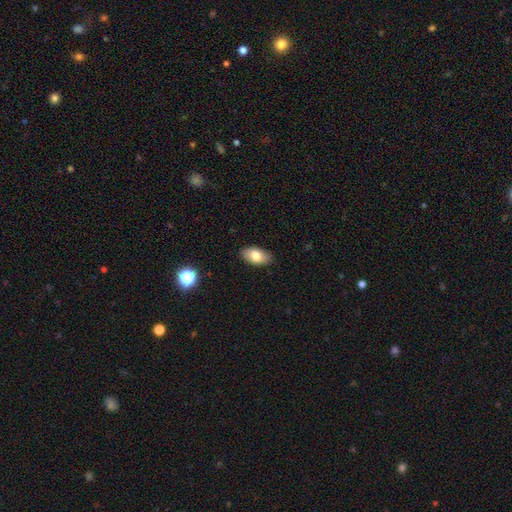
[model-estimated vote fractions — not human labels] Smooth or featured: smooth — 79% (featured or disk — 13%)
How rounded: in between — 94% (round — 4%)
Merging: none — 88% (minor disturbance — 9%)